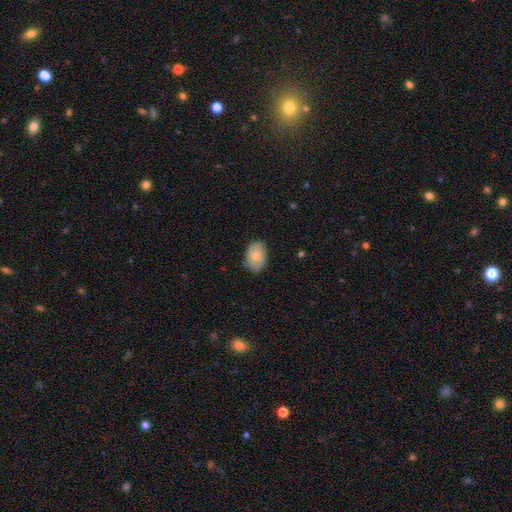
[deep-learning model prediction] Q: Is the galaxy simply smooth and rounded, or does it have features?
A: smooth — 78%.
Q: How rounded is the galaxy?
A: in between — 86%.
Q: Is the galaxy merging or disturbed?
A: none — 81%.